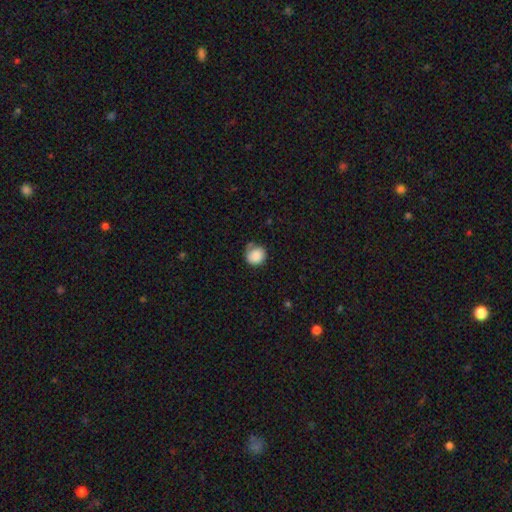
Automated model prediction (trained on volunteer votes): Smooth or featured? smooth (86%)
How rounded? round (87%)
Merging? none (56%)